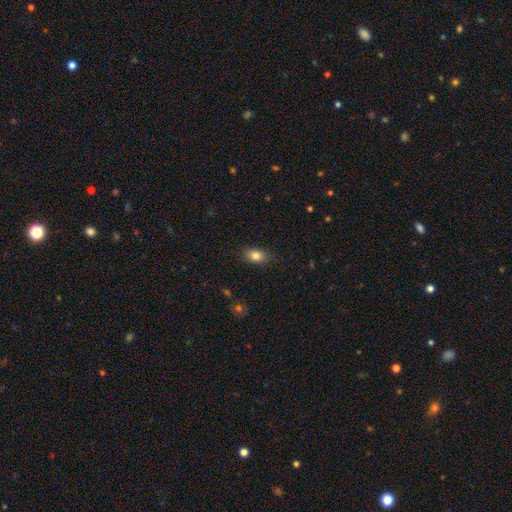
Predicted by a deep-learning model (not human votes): This appears to be a smooth galaxy with no disk features (84%) that is in between round and cigar-shaped (84%). Merging: none (85%).